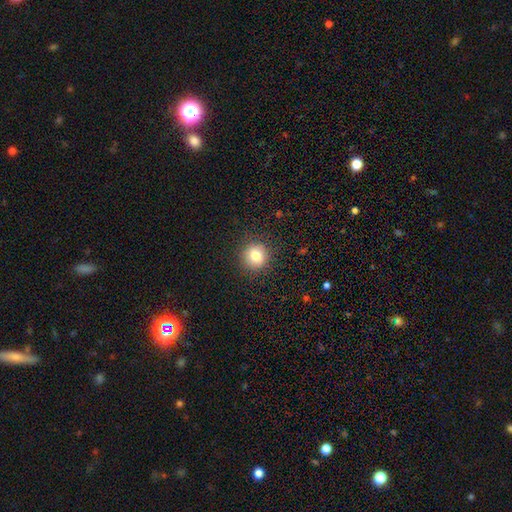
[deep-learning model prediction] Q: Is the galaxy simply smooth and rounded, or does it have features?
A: smooth — 79%.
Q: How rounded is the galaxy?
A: round — 92%.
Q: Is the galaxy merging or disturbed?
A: none — 90%.